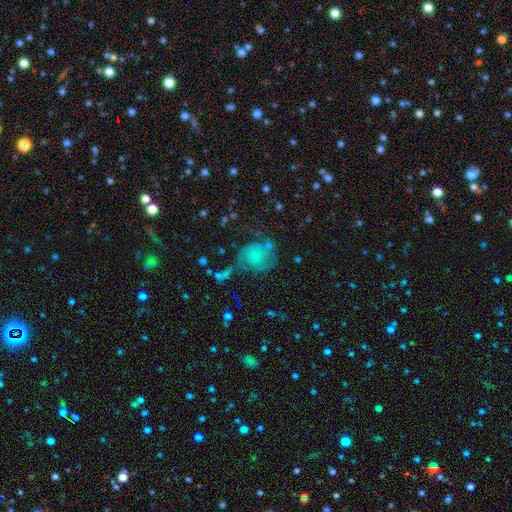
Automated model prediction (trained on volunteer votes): A featured or disk galaxy (73%) with no bar (76%), 2 (74%) medium (46%) spiral arms (92%) and a small central bulge (72%).

Vote fractions:
- Smooth or featured? featured or disk: 73% / smooth: 17% / star or artifact: 9%
- Edge-on disk? no: 98% / yes: 2%
- Bar? no: 76% / weak: 20% / strong: 4%
- Spiral arms? yes: 92% / no: 8%
- Spiral winding? medium: 46% / tight: 29% / loose: 25%
- Spiral arm count? 2: 74% / can't tell: 10% / 3: 6% / 1: 4% / 4: 3% / more than 4: 3%
- Bulge size? small: 72% / moderate: 19% / none: 6% / large: 2% / dominant: 1%
- Merging? none: 48% / minor disturbance: 21% / major disturbance: 20% / merger: 11%